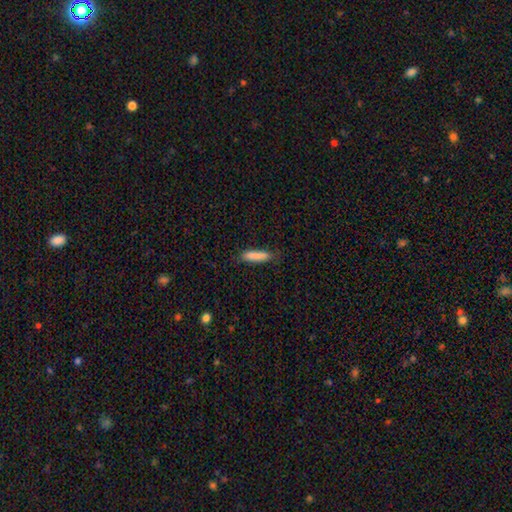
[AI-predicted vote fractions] Smooth or featured: smooth — 85% (featured or disk — 8%)
How rounded: cigar-shaped — 82% (in between — 16%)
Merging: none — 82% (minor disturbance — 14%)